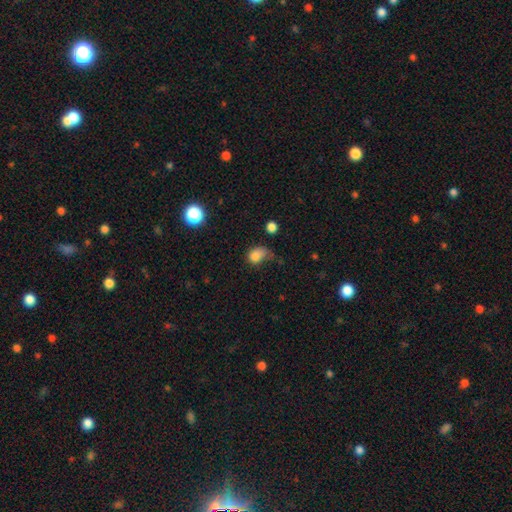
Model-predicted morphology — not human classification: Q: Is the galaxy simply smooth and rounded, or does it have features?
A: smooth — 80%.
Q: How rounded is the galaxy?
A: in between — 56%.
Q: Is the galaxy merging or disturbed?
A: none — 34%, tied with minor disturbance.